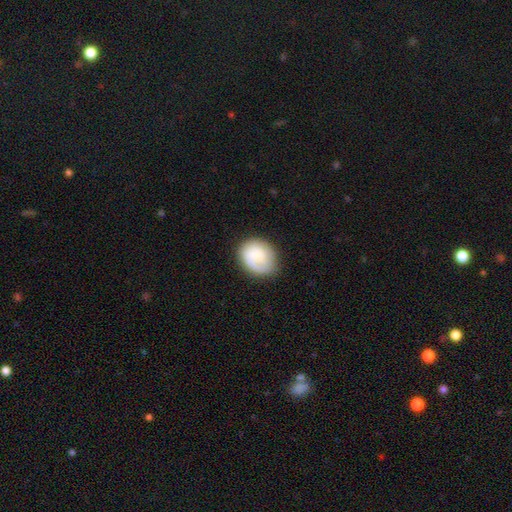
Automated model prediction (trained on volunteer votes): This is likely a smooth galaxy (60%). How rounded: likely round (61%). Merging: likely none (70%).